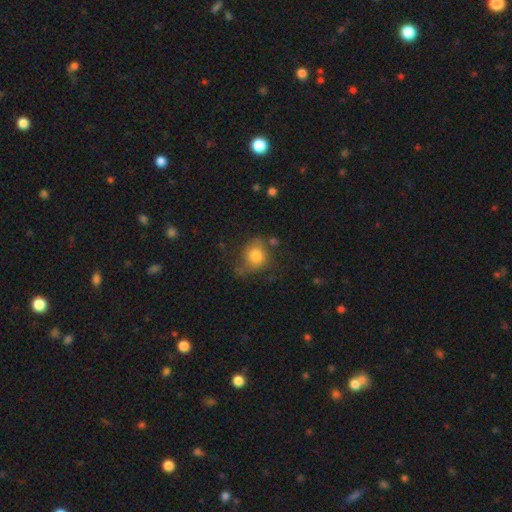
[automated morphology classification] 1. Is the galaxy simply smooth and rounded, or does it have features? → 73% smooth, 18% featured or disk, 10% star or artifact.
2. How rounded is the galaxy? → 75% round, 24% in between, 1% cigar-shaped.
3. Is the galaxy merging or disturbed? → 51% none, 27% minor disturbance, 16% major disturbance, 5% merger.